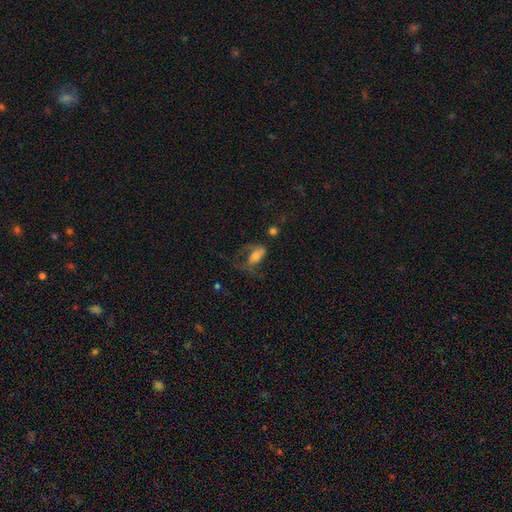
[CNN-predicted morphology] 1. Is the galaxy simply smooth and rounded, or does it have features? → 55% smooth, 34% featured or disk, 11% star or artifact.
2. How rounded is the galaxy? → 87% in between, 9% round, 4% cigar-shaped.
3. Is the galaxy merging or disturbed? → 54% major disturbance, 24% none, 18% minor disturbance, 5% merger.